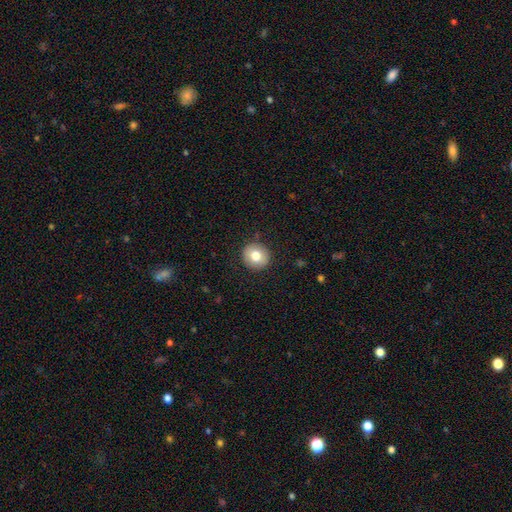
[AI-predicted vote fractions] A smooth galaxy with no disk features (78%) that is round (91%). Merging: none (90%).